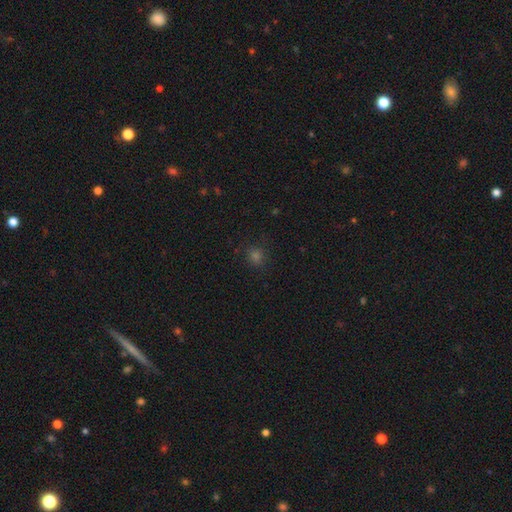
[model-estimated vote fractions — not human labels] A smooth galaxy with no disk features (67%) that is round (86%). Merging: none (88%).